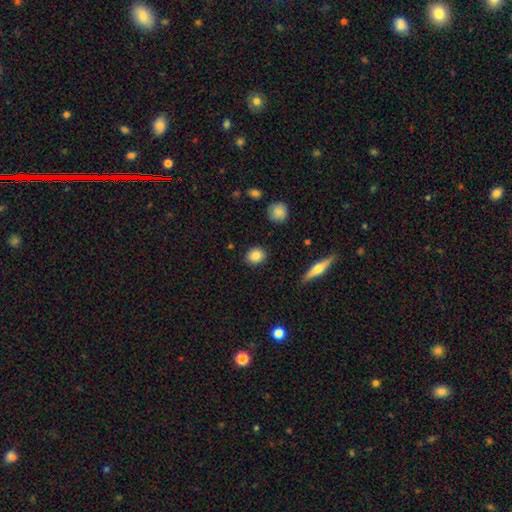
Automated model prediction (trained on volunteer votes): Smooth or featured?
  - smooth: 85% *
  - star or artifact: 8%
  - featured or disk: 7%
How rounded?
  - round: 76% *
  - in between: 22%
  - cigar-shaped: 2%
Merging?
  - none: 89% *
  - minor disturbance: 7%
  - major disturbance: 2%
  - merger: 1%